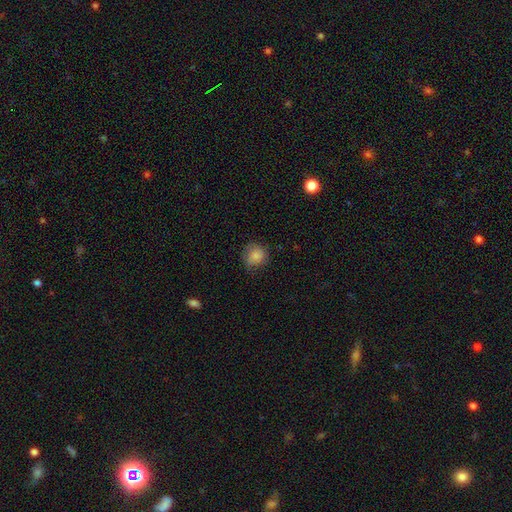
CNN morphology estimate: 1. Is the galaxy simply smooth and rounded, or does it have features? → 84% smooth, 9% star or artifact, 7% featured or disk.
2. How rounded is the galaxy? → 85% round, 14% in between, 1% cigar-shaped.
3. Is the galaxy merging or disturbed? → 69% none, 23% minor disturbance, 7% major disturbance, 1% merger.